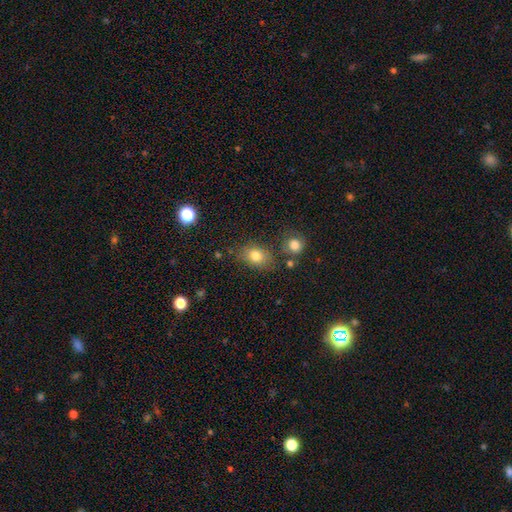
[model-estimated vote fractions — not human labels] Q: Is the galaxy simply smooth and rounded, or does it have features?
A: smooth — 78%.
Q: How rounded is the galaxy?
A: in between — 65%.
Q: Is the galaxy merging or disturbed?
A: none — 73%.